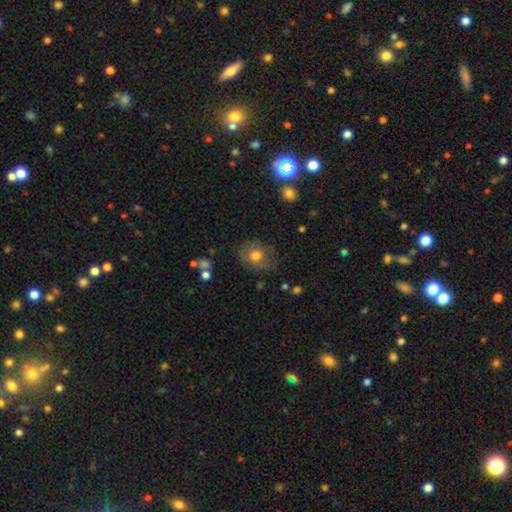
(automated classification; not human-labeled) smooth_or_featured: smooth (p=0.65) [alt: featured or disk p=0.26]
how_rounded: round (p=0.66) [alt: in between p=0.33]
merging: none (p=0.67) [alt: minor disturbance p=0.21]